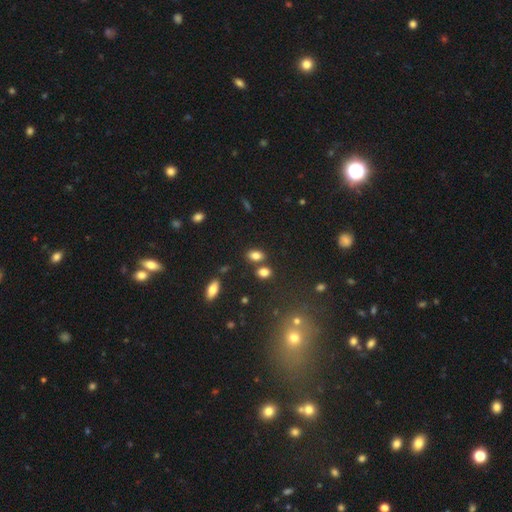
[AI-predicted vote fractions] smooth 81%, star or artifact 12%, featured or disk 7%. Down the decision tree: how rounded — in between (83%); merging — none (68%).